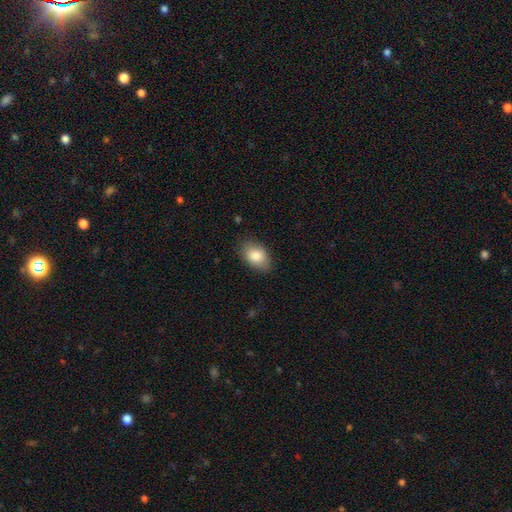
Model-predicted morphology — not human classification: A smooth galaxy with no disk features (84%) that is in between round and cigar-shaped (87%). Merging: none (83%).